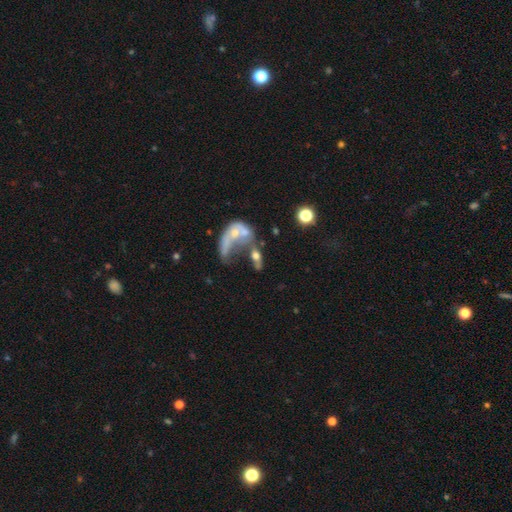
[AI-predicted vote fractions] smooth-or-featured: featured or disk: 47% | smooth: 42% | star or artifact: 11%
  merging: merger: 60% | major disturbance: 18% | none: 14% | minor disturbance: 7%